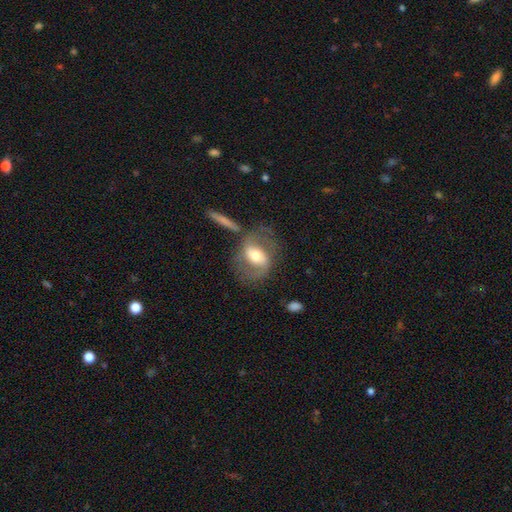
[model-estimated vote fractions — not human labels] smooth-or-featured: featured or disk: 65% | smooth: 28% | star or artifact: 7%
  disk-edge-on: no: 93% | yes: 7%
    bar: strong: 39% | weak: 36% | no: 25%
    has-spiral-arms: yes: 78% | no: 22%
    bulge-size: moderate: 68% | small: 17% | large: 13% | dominant: 2% | none: 1%
  merging: none: 59% | minor disturbance: 18% | major disturbance: 14% | merger: 9%